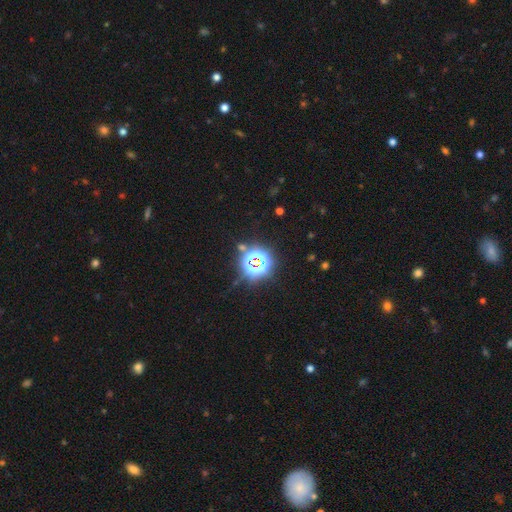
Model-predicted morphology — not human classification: The model was most divided on "smooth or featured": star or artifact: 81%, smooth: 13%, featured or disk: 6%.